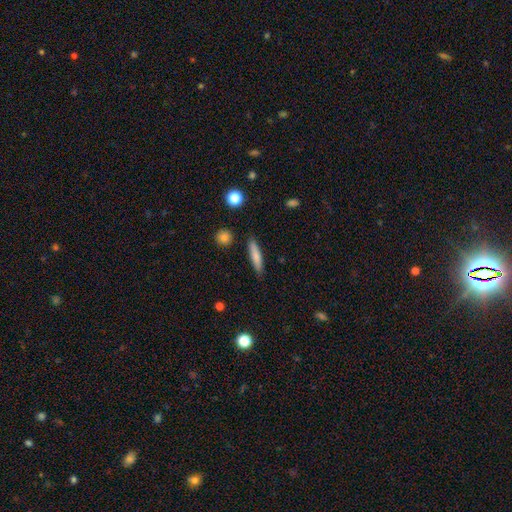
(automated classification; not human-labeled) A smooth galaxy with no disk features (76%) that is cigar-shaped (86%).

Vote fractions:
- Smooth or featured? smooth: 76% / featured or disk: 18% / star or artifact: 7%
- How rounded? cigar-shaped: 86% / in between: 12% / round: 2%
- Merging? none: 86% / minor disturbance: 9% / merger: 2% / major disturbance: 2%